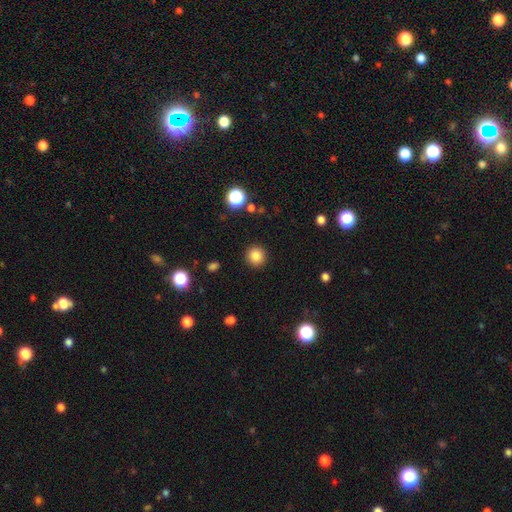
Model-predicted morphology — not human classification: The model was most divided on "smooth or featured": smooth: 84%, star or artifact: 11%, featured or disk: 5%. More confident: how rounded — round (94%); merging — none (92%).